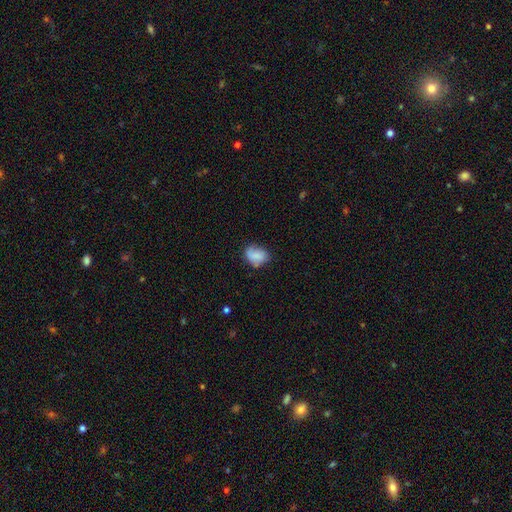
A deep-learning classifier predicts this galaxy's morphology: This appears to be a smooth galaxy with no disk features (77%) that is in between round and cigar-shaped (66%). Merging: none (57%).